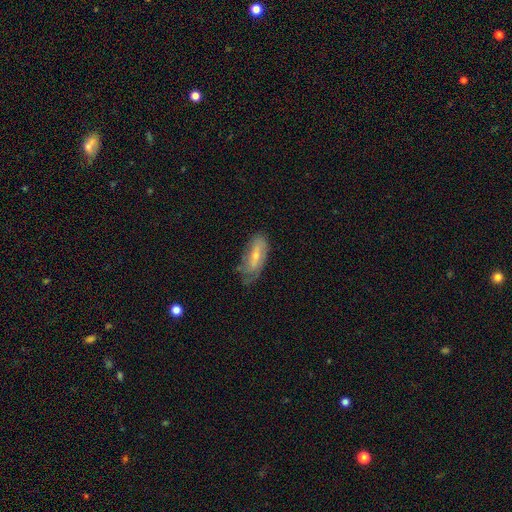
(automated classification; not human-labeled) Smooth or featured? featured or disk (53%)
Edge-on disk? no (81%)
Merging? none (52%)